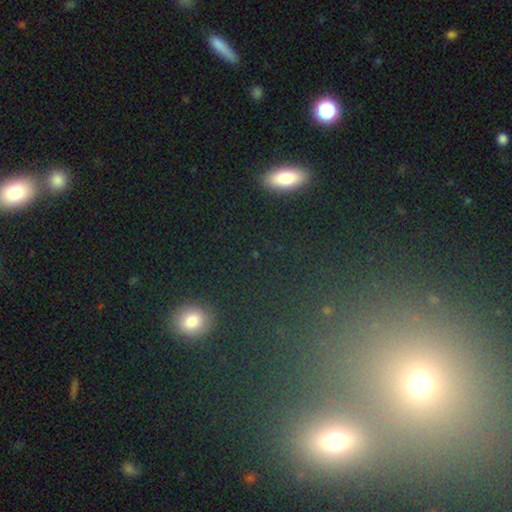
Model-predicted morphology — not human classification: This appears to be a smooth galaxy with no disk features (59%) that is in between round and cigar-shaped (47%). Merging: none (86%).